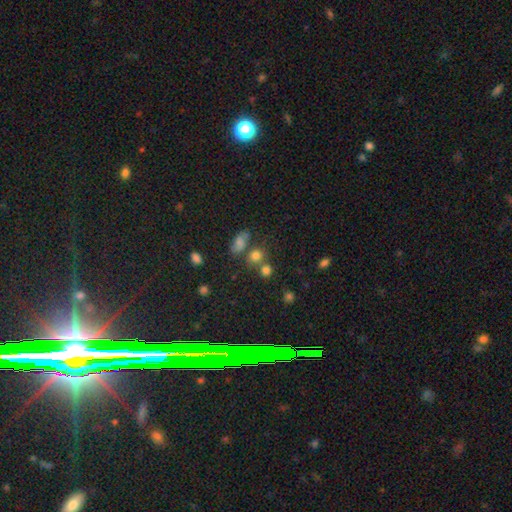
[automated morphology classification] Q: Smooth or featured?
A: smooth (72%); runner-up: star or artifact (19%)
Q: How rounded?
A: round (73%); runner-up: in between (25%)
Q: Merging?
A: none (55%); runner-up: merger (26%)